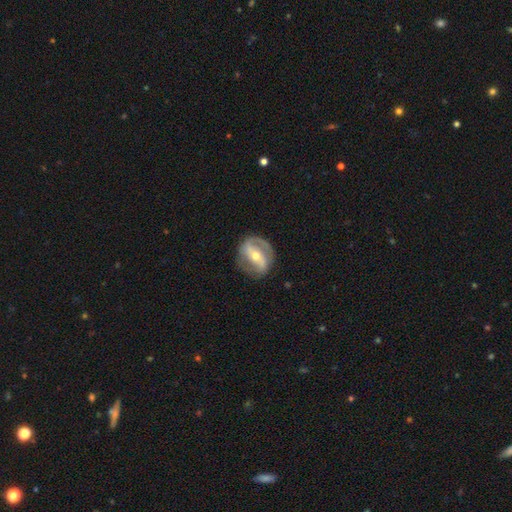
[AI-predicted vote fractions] smooth_or_featured: featured or disk (p=0.80) [alt: smooth p=0.14]
disk_edge_on: no (p=0.94) [alt: yes p=0.06]
bar: strong (p=0.55) [alt: weak p=0.27]
has_spiral_arms: yes (p=0.84) [alt: no p=0.16]
spiral_winding: medium (p=0.44) [alt: tight p=0.30]
spiral_arm_count: 2 (p=0.85) [alt: can't tell p=0.07]
bulge_size: moderate (p=0.58) [alt: small p=0.38]
merging: none (p=0.79) [alt: minor disturbance p=0.13]